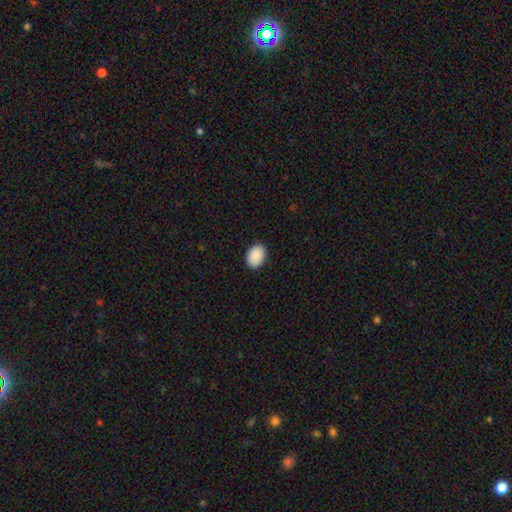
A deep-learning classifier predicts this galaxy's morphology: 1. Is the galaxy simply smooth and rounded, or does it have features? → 91% smooth, 6% star or artifact, 3% featured or disk.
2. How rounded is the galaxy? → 81% in between, 18% round, 1% cigar-shaped.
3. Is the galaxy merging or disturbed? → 89% none, 8% minor disturbance, 2% major disturbance, 1% merger.